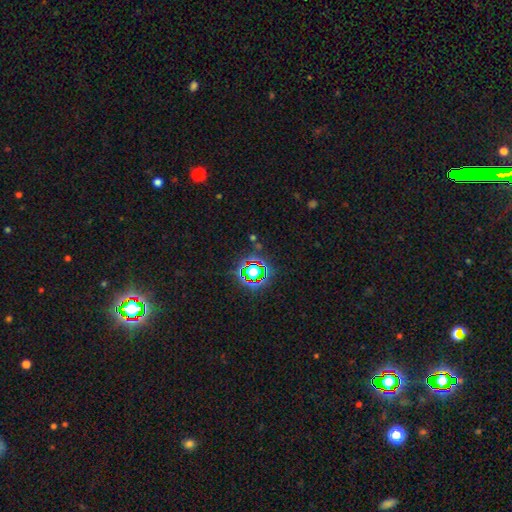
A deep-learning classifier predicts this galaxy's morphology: Smooth or featured? star or artifact (78%)